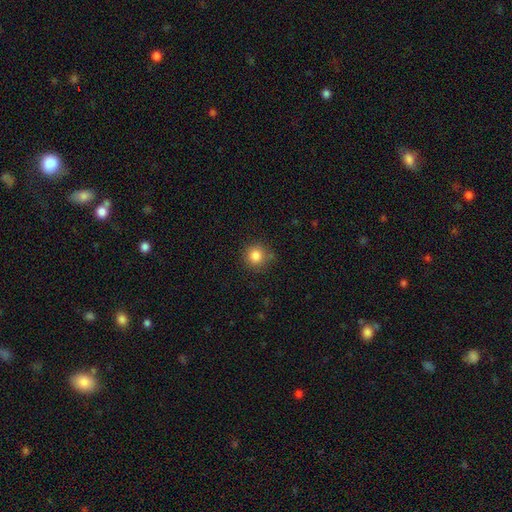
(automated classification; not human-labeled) This is clearly a smooth galaxy (84%). How rounded: clearly round (93%). Merging: clearly none (83%).